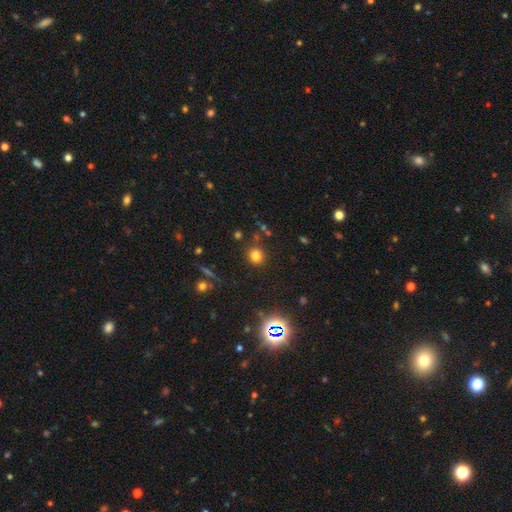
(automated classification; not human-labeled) A smooth galaxy with no disk features (75%) that is round (77%).

Vote fractions:
- Smooth or featured? smooth: 75% / star or artifact: 18% / featured or disk: 7%
- How rounded? round: 77% / in between: 22% / cigar-shaped: 1%
- Merging? none: 82% / minor disturbance: 9% / merger: 5% / major disturbance: 4%